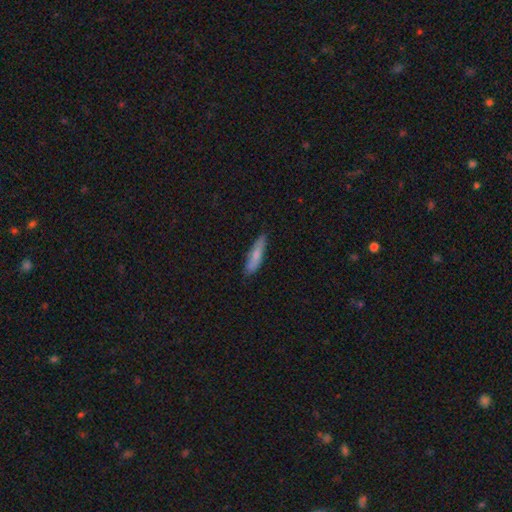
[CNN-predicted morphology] smooth_or_featured: smooth (p=0.73) [alt: featured or disk p=0.20]
how_rounded: cigar-shaped (p=0.74) [alt: in between p=0.24]
merging: none (p=0.77) [alt: minor disturbance p=0.18]